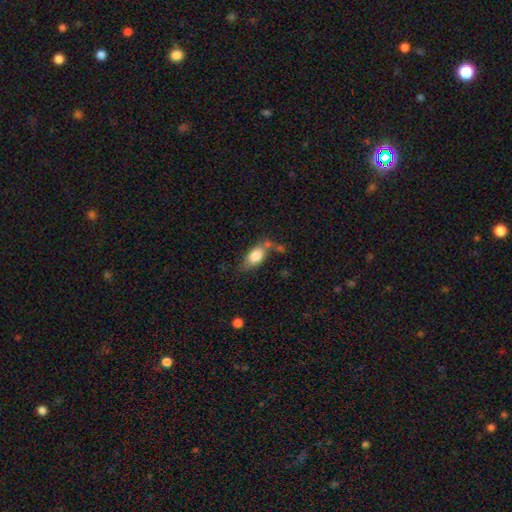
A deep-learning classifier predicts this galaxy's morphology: smooth_or_featured: smooth (p=0.78) [alt: featured or disk p=0.15]
how_rounded: in between (p=0.86) [alt: cigar-shaped p=0.08]
merging: none (p=0.54) [alt: minor disturbance p=0.23]